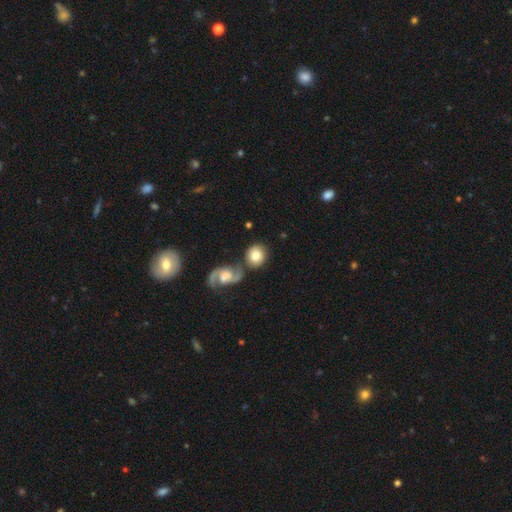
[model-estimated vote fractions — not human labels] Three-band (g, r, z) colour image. It shows a smooth galaxy with no disk features (67%) that is round (75%). Merging: none (53%).